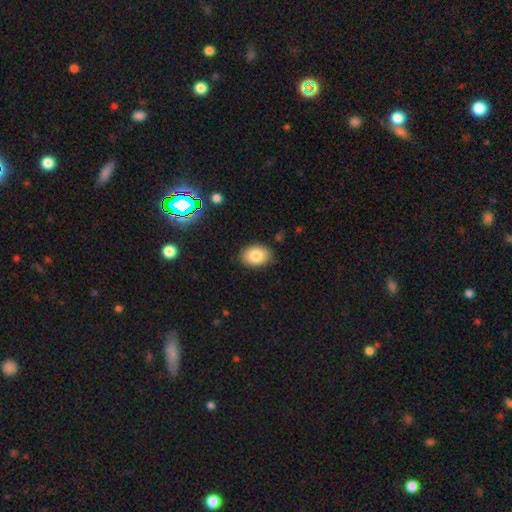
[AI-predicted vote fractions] A smooth galaxy with no disk features (82%) that is in between round and cigar-shaped (79%).

Vote fractions:
- Smooth or featured? smooth: 82% / featured or disk: 9% / star or artifact: 9%
- How rounded? in between: 79% / round: 20% / cigar-shaped: 1%
- Merging? none: 85% / minor disturbance: 11% / major disturbance: 2% / merger: 1%